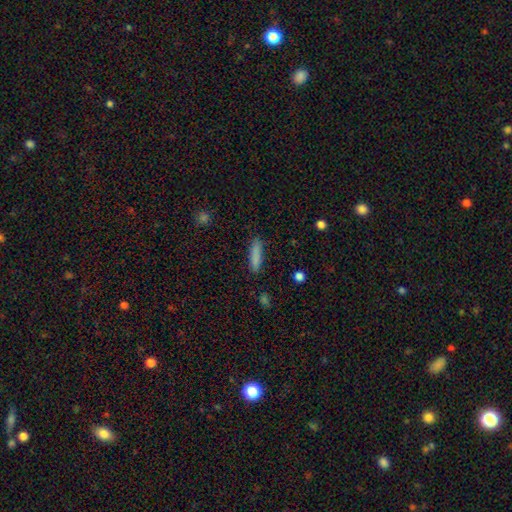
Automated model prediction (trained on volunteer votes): A smooth galaxy with no disk features (83%) that is cigar-shaped (78%).

Vote fractions:
- Smooth or featured? smooth: 83% / featured or disk: 9% / star or artifact: 8%
- How rounded? cigar-shaped: 78% / in between: 20% / round: 2%
- Merging? none: 85% / minor disturbance: 11% / major disturbance: 2% / merger: 2%